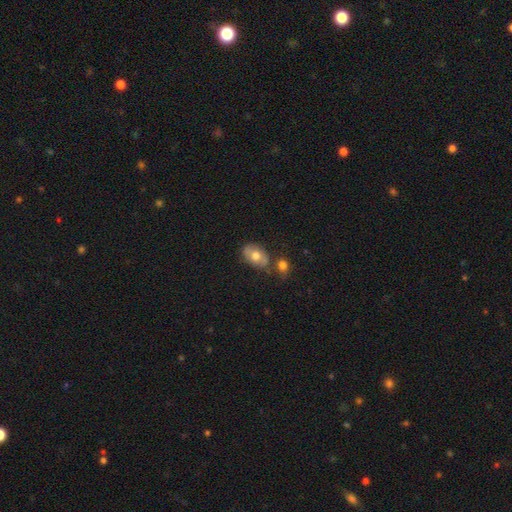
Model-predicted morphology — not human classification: Smooth or featured: smooth — 63% (featured or disk — 29%)
How rounded: in between — 85% (round — 13%)
Merging: none — 59% (minor disturbance — 19%)